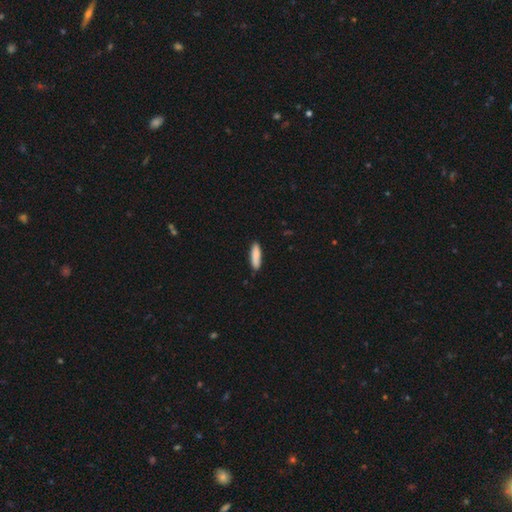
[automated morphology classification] The model was most divided on "how rounded": cigar-shaped: 65%, in between: 33%, round: 2%. More confident: merging — none (87%); smooth or featured — smooth (87%).